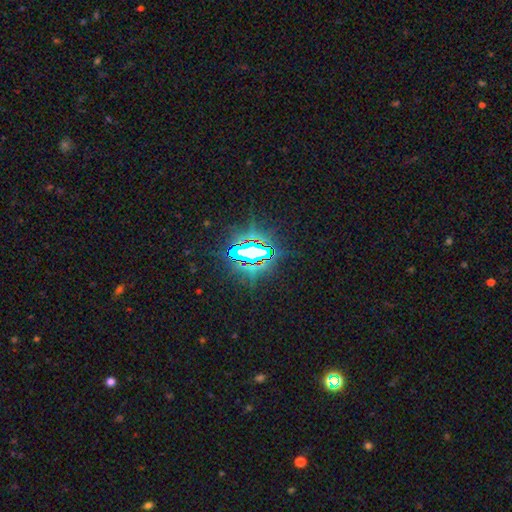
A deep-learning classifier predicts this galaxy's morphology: star or artifact 83%, smooth 9%, featured or disk 8%.